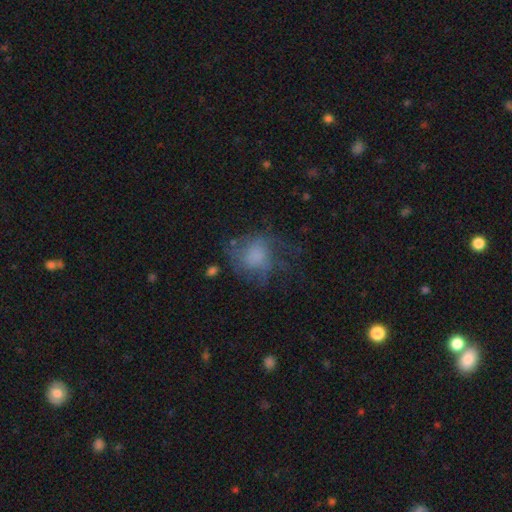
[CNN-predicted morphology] This is possibly a smooth galaxy (53%). How rounded: likely round (70%). Merging: marginally none (42%).